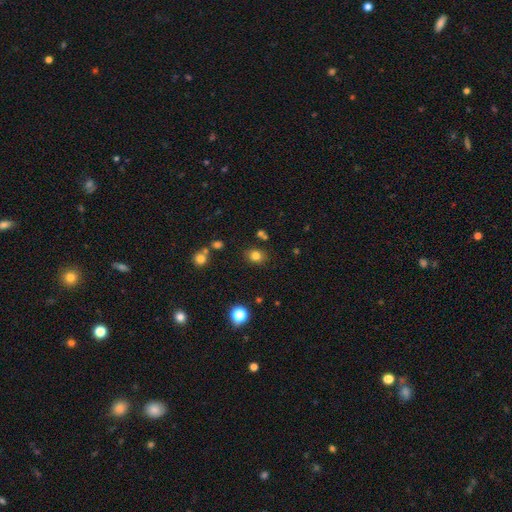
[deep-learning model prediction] A smooth galaxy with no disk features (79%) that is round (62%).

Vote fractions:
- Smooth or featured? smooth: 79% / star or artifact: 14% / featured or disk: 6%
- How rounded? round: 62% / in between: 37% / cigar-shaped: 1%
- Merging? none: 82% / minor disturbance: 11% / merger: 5% / major disturbance: 3%